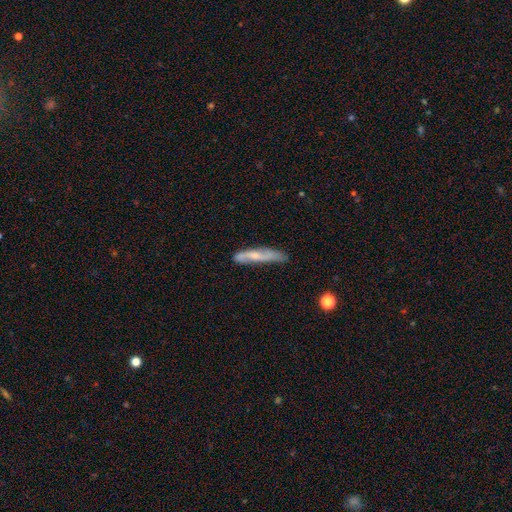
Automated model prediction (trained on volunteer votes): smooth-or-featured: featured or disk: 48% | smooth: 45% | star or artifact: 6%
  merging: none: 62% | minor disturbance: 27% | major disturbance: 7% | merger: 4%